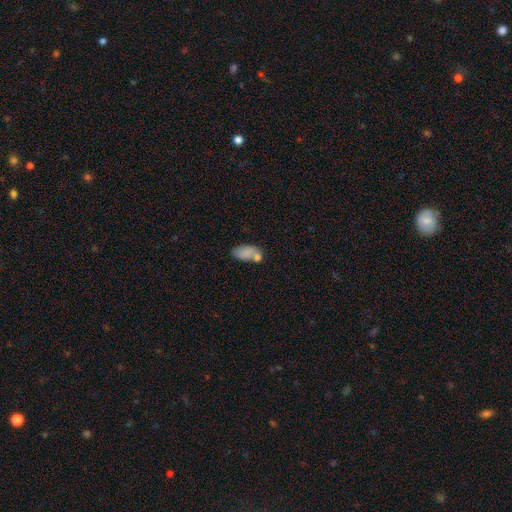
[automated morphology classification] Smooth or featured? Predicted: smooth (p=0.78). How rounded? Predicted: in between (p=0.91). Merging? Predicted: none (p=0.40).